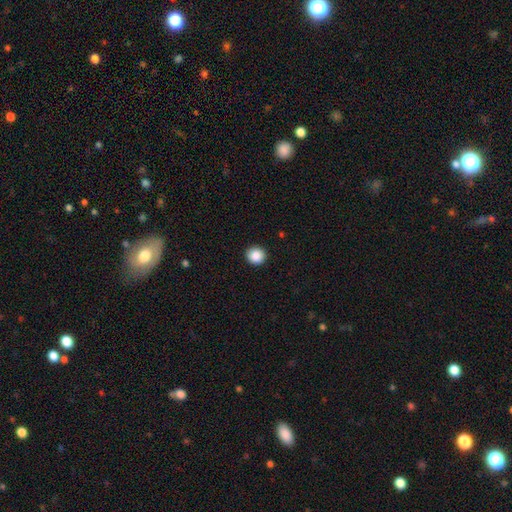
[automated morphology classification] smooth_or_featured: smooth (p=0.88) [alt: star or artifact p=0.09]
how_rounded: round (p=0.91) [alt: in between p=0.08]
merging: none (p=0.92) [alt: minor disturbance p=0.05]